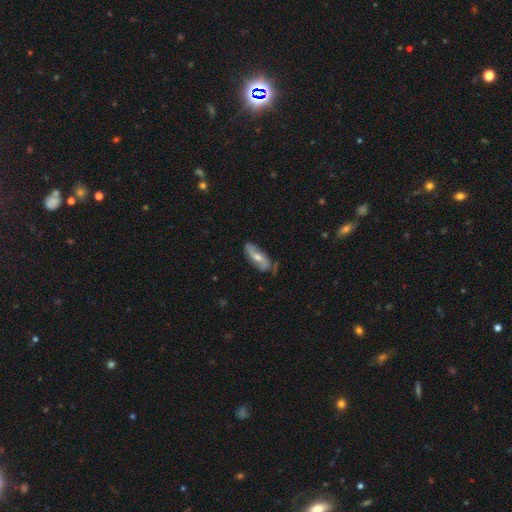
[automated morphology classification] Smooth or featured? Predicted: featured or disk (p=0.69). Edge-on disk? Predicted: no (p=0.80). Bar? Predicted: no (p=0.50). Spiral arms? Predicted: yes (p=0.86). Bulge size? Predicted: moderate (p=0.63). Merging? Predicted: none (p=0.68).